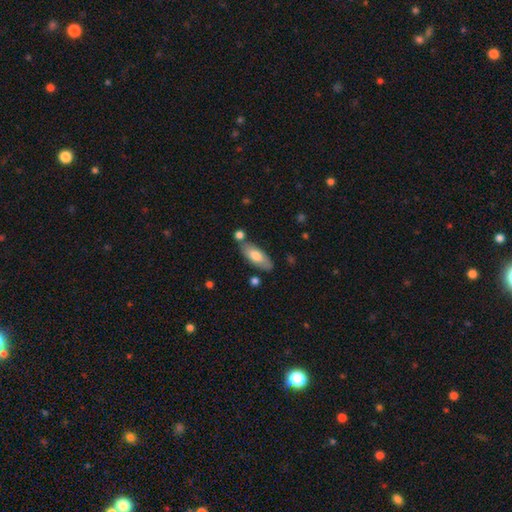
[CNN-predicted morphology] Smooth or featured: smooth — 72% (featured or disk — 22%)
How rounded: in between — 76% (cigar-shaped — 21%)
Merging: none — 73% (minor disturbance — 14%)